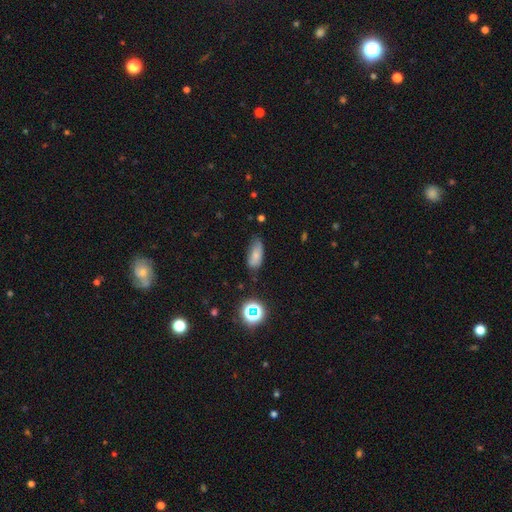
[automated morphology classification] Smooth or featured? Predicted: smooth (p=0.74). How rounded? Predicted: in between (p=0.82). Merging? Predicted: none (p=0.62).